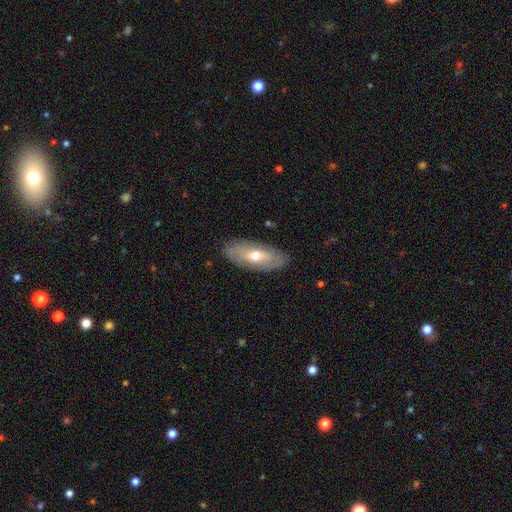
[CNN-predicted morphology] A featured or disk galaxy (48%).

Vote fractions:
- Smooth or featured? featured or disk: 48% / smooth: 46% / star or artifact: 6%
- Merging? none: 85% / minor disturbance: 11% / major disturbance: 3% / merger: 1%